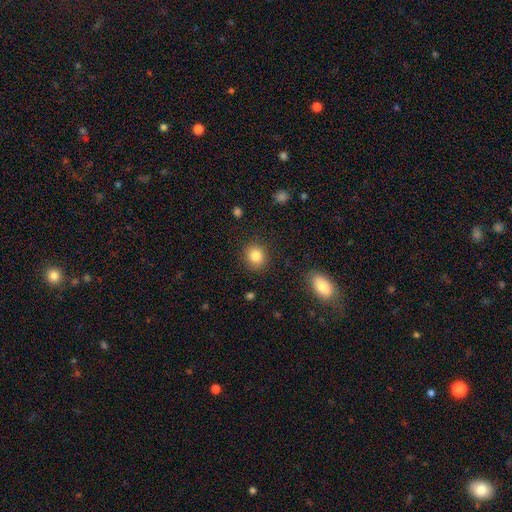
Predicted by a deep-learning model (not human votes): This is clearly a smooth galaxy (85%). How rounded: likely round (78%). Merging: clearly none (87%).